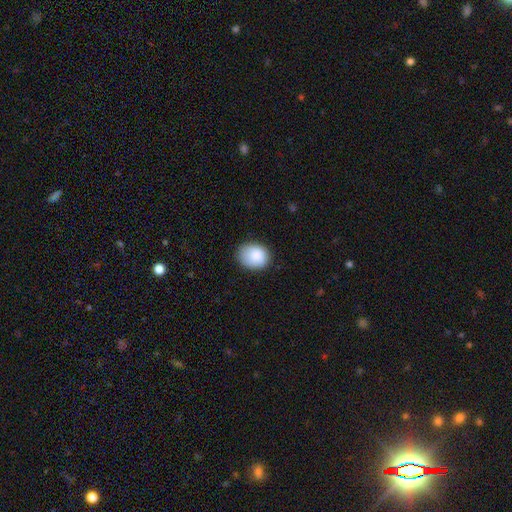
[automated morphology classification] This appears to be a smooth galaxy with no disk features (86%) that is in between round and cigar-shaped (52%). Merging: none (77%).